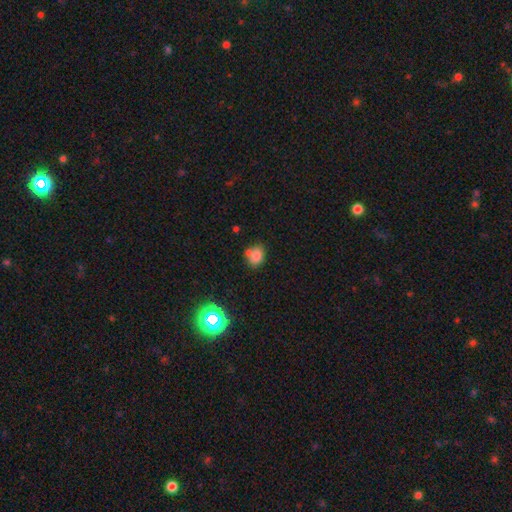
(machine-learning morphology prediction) Smooth or featured? Predicted: smooth (p=0.77). How rounded? Predicted: round (p=0.50). Merging? Predicted: none (p=0.55).